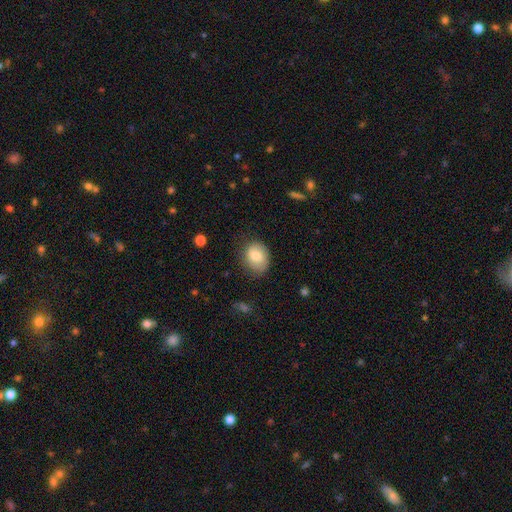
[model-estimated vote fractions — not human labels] A smooth galaxy with no disk features (77%) that is in between round and cigar-shaped (57%). Merging: none (69%).